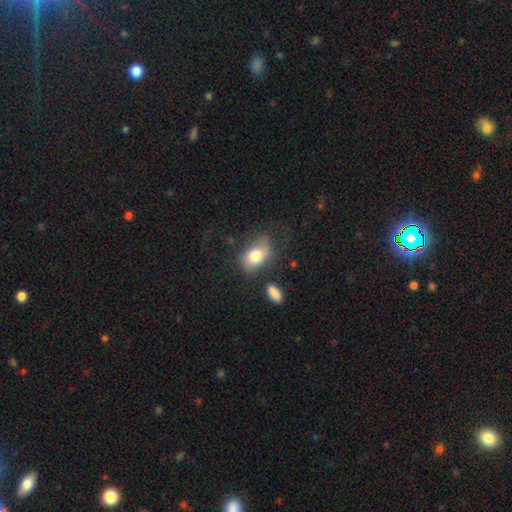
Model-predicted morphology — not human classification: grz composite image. It shows a smooth galaxy with no disk features (79%) that is in between round and cigar-shaped (80%). Merging: none (56%).